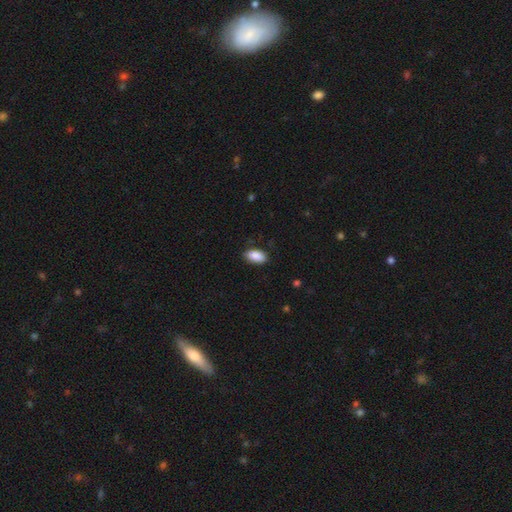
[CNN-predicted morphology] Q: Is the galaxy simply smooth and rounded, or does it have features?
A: smooth — 89%.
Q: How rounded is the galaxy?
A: in between — 94%.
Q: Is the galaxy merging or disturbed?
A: none — 79%.